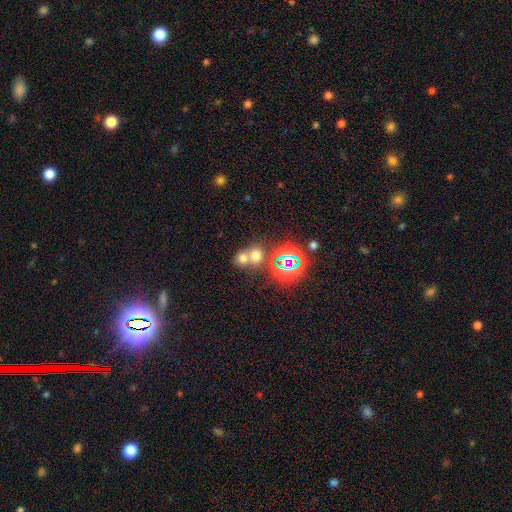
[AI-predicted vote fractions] smooth_or_featured: smooth (p=0.59) [alt: star or artifact p=0.30]
how_rounded: round (p=0.73) [alt: in between p=0.26]
merging: merger (p=0.48) [alt: none p=0.43]